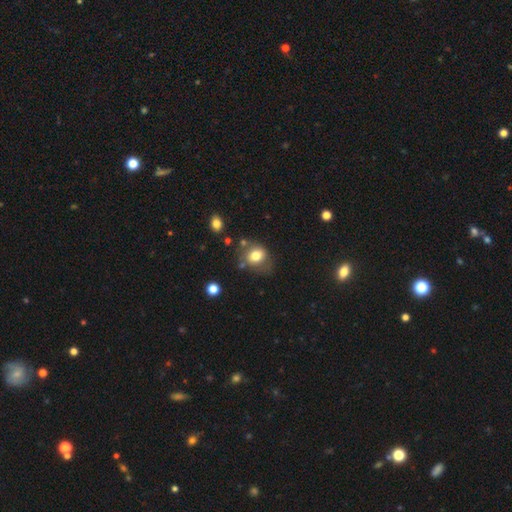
Smooth or featured: smooth — 77% (featured or disk — 21%)
How rounded: in between — 50% (round — 47%)
Merging: none — 47% (minor disturbance — 29%)